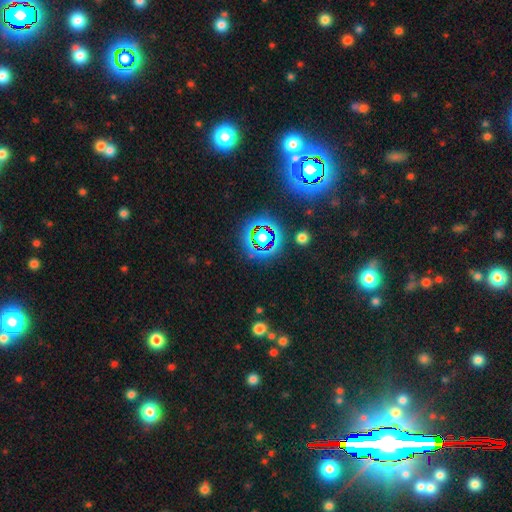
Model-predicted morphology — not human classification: Smooth or featured? Predicted: star or artifact (p=0.77).